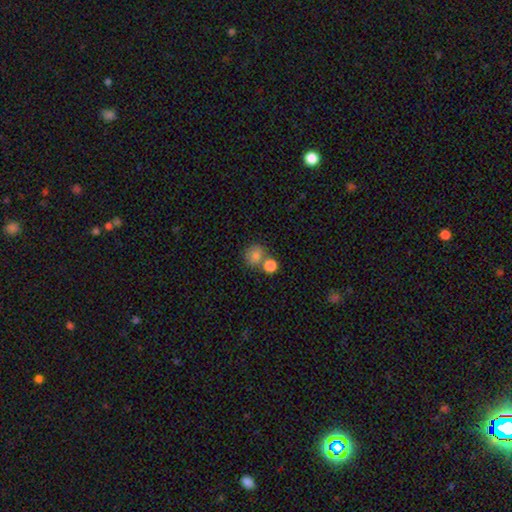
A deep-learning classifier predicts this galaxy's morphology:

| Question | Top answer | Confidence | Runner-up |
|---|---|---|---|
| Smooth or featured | smooth | 82% | star or artifact (11%) |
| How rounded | round | 78% | in between (21%) |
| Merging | none | 54% | merger (31%) |